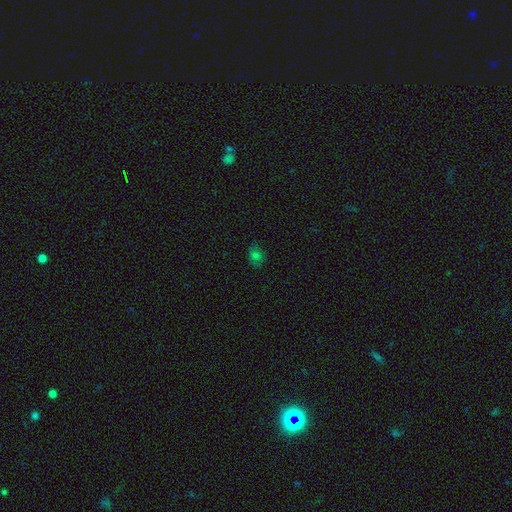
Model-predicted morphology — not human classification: Q: Smooth or featured?
A: smooth (72%); runner-up: star or artifact (19%)
Q: How rounded?
A: round (50%); runner-up: in between (48%)
Q: Merging?
A: none (78%); runner-up: minor disturbance (17%)